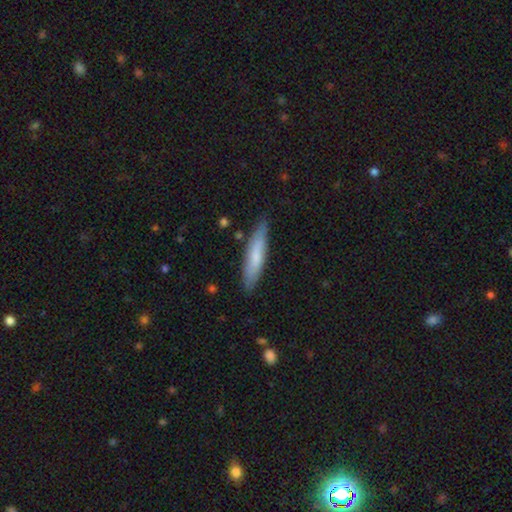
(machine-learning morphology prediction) Smooth or featured: smooth — 71% (featured or disk — 24%)
How rounded: cigar-shaped — 83% (in between — 16%)
Merging: none — 83% (minor disturbance — 13%)